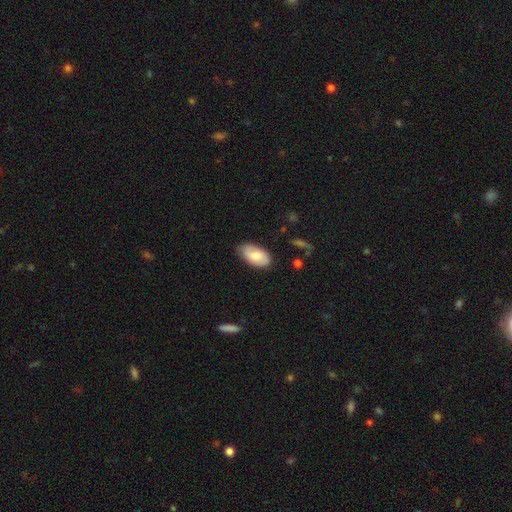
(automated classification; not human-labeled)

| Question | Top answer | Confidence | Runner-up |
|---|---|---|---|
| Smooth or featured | smooth | 68% | featured or disk (26%) |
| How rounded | in between | 94% | round (4%) |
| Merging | none | 80% | minor disturbance (16%) |